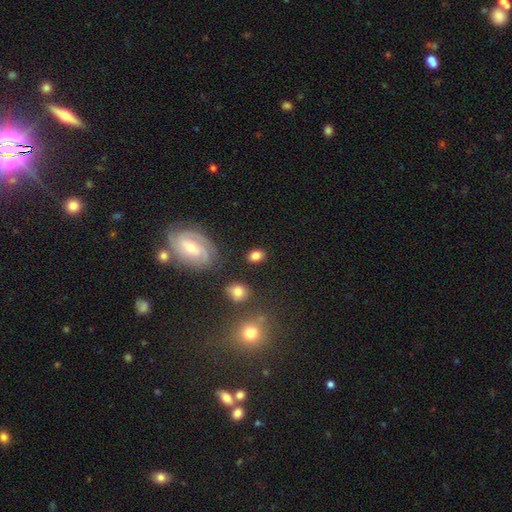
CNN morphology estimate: smooth-or-featured: smooth: 80% | featured or disk: 11% | star or artifact: 9%
  how-rounded: in between: 71% | round: 27% | cigar-shaped: 2%
  merging: none: 80% | minor disturbance: 12% | major disturbance: 4% | merger: 4%